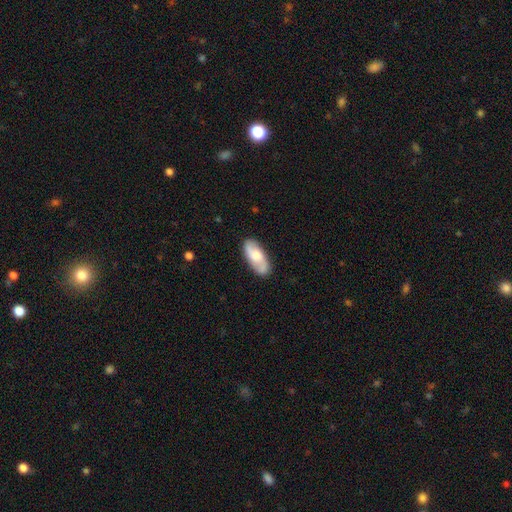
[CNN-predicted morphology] Smooth or featured?
  - smooth: 49% *
  - featured or disk: 45%
  - star or artifact: 6%
Merging?
  - none: 83% *
  - minor disturbance: 13%
  - major disturbance: 3%
  - merger: 2%